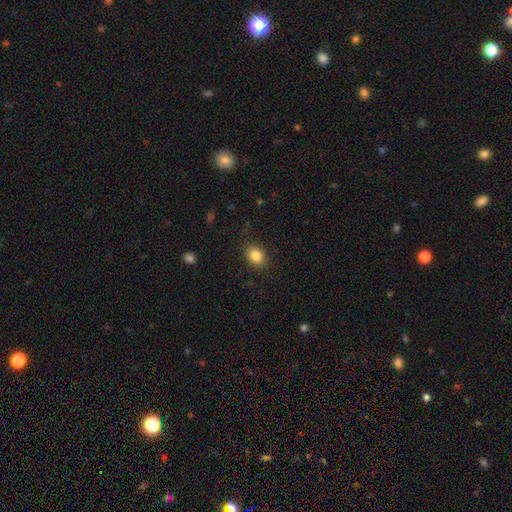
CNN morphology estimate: smooth-or-featured: smooth: 85% | star or artifact: 10% | featured or disk: 5%
  how-rounded: in between: 53% | round: 46% | cigar-shaped: 1%
  merging: none: 87% | minor disturbance: 10% | major disturbance: 3% | merger: 1%